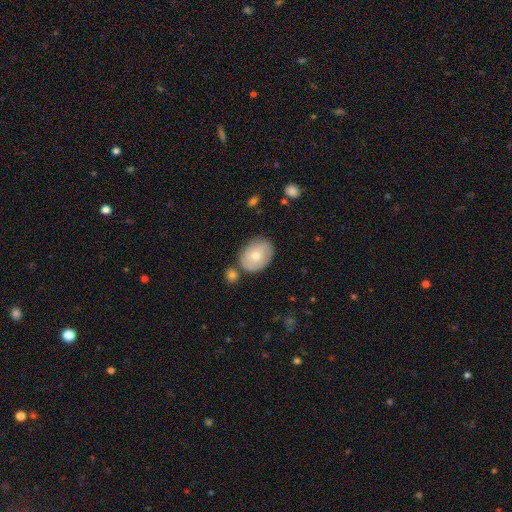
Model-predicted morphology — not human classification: The model was most divided on "how rounded": in between: 65%, round: 34%, cigar-shaped: 1%. More confident: merging — none (69%); smooth or featured — smooth (67%).